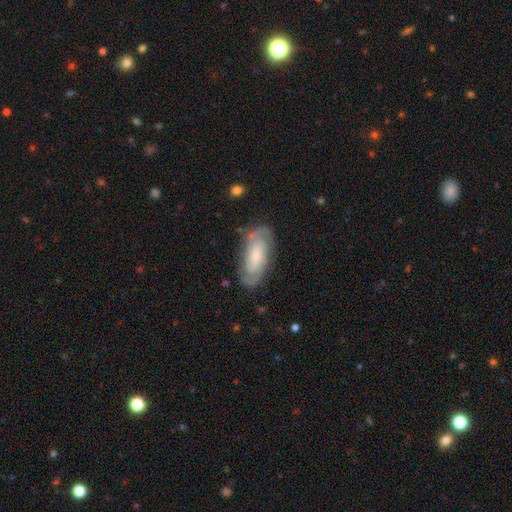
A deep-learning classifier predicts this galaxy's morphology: smooth_or_featured: featured or disk (p=0.72) [alt: smooth p=0.21]
disk_edge_on: no (p=0.93) [alt: yes p=0.07]
bar: no (p=0.52) [alt: weak p=0.34]
has_spiral_arms: yes (p=0.93) [alt: no p=0.07]
spiral_winding: tight (p=0.54) [alt: medium p=0.35]
spiral_arm_count: 2 (p=0.76) [alt: can't tell p=0.15]
bulge_size: small (p=0.36) [alt: moderate p=0.29]
merging: none (p=0.80) [alt: minor disturbance p=0.14]